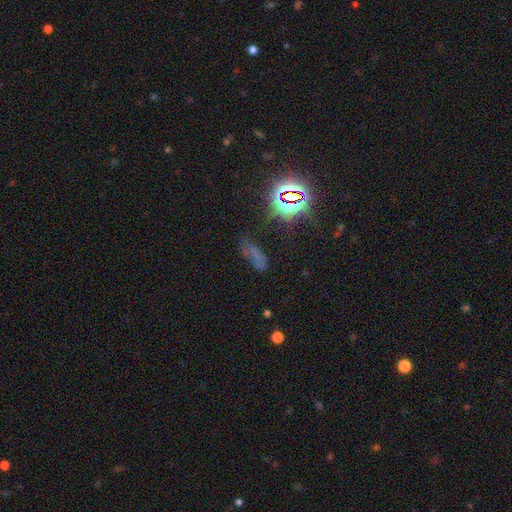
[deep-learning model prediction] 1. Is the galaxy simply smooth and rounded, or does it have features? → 46% star or artifact, 35% smooth, 19% featured or disk.